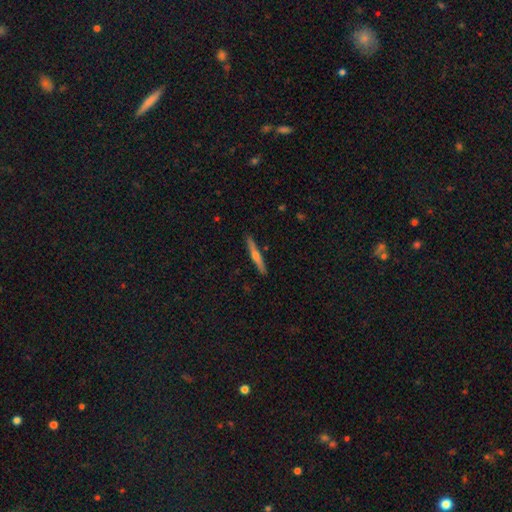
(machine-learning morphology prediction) This is possibly a featured or disk galaxy (60%). It is clearly viewed edge-on (97%). Edge-on bulge: clearly rounded (83%). Merging: clearly none (91%).